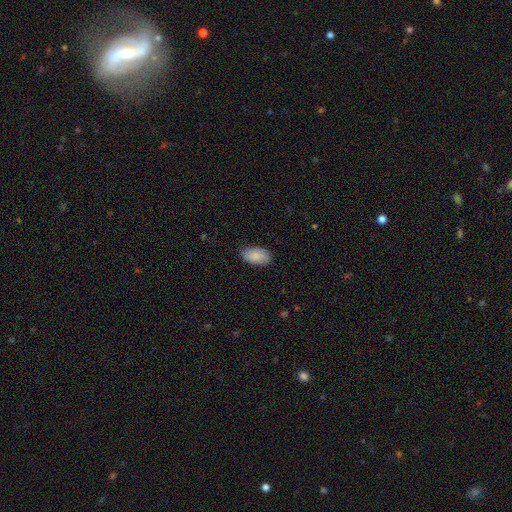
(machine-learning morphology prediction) This appears to be a smooth galaxy with no disk features (88%) that is in between round and cigar-shaped (95%). Merging: none (83%).